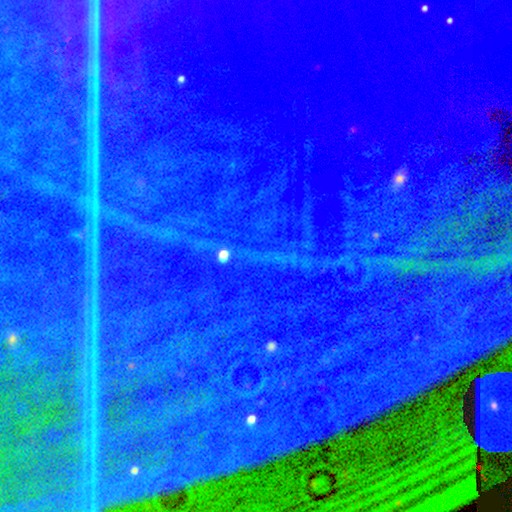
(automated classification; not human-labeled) This appears to be a star or artifact, not a galaxy (89%).